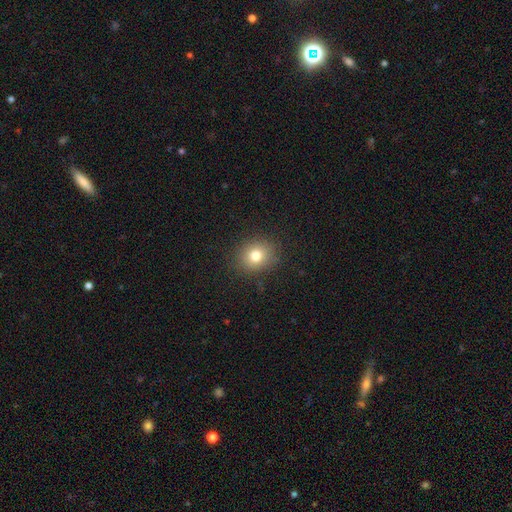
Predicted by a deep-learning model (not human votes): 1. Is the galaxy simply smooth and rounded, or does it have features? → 78% smooth, 13% star or artifact, 9% featured or disk.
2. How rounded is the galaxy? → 73% round, 26% in between, 1% cigar-shaped.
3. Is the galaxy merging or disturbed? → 88% none, 8% minor disturbance, 3% major disturbance, 1% merger.